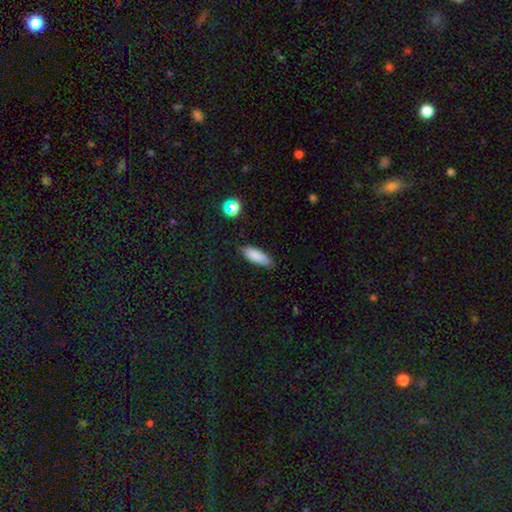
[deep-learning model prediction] The model was most divided on "how rounded": in between: 58%, cigar-shaped: 40%, round: 2%. More confident: smooth or featured — smooth (85%); merging — none (81%).